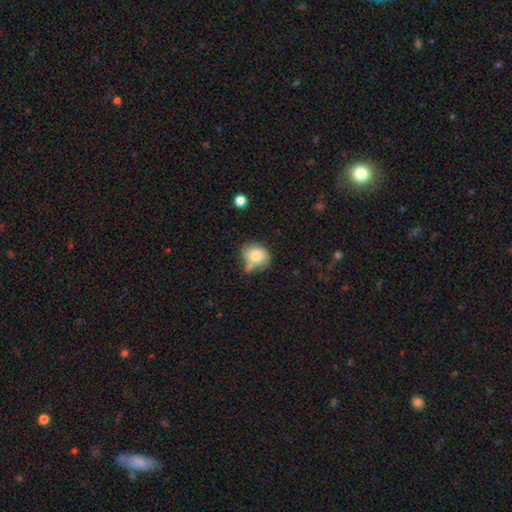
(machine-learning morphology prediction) A smooth galaxy with no disk features (77%) that is round (62%). Merging: none (41%).